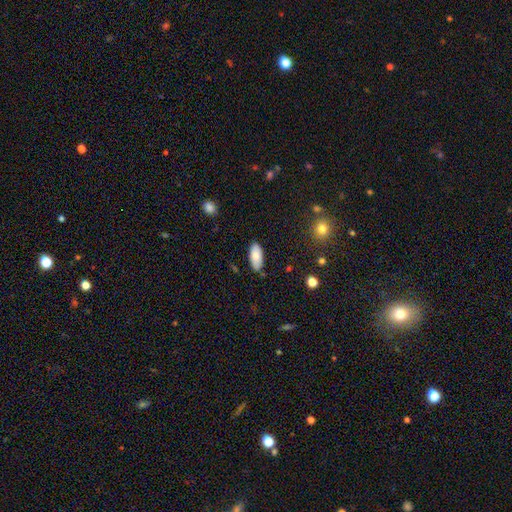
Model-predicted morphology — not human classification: This is likely a smooth galaxy (76%). How rounded: clearly in between (91%). Merging: clearly none (83%).